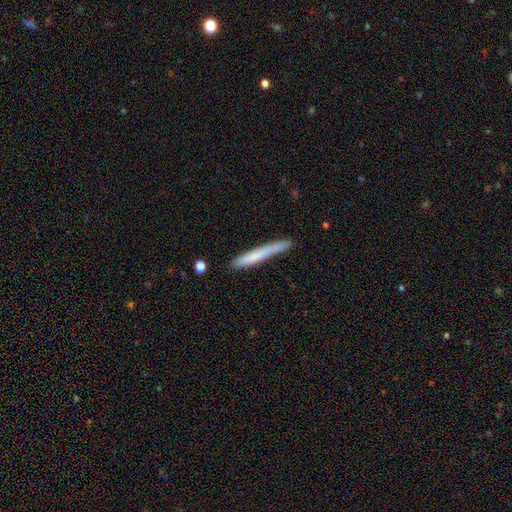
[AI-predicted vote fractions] This appears to be a smooth galaxy with no disk features (65%) that is cigar-shaped (96%). Merging: none (79%).